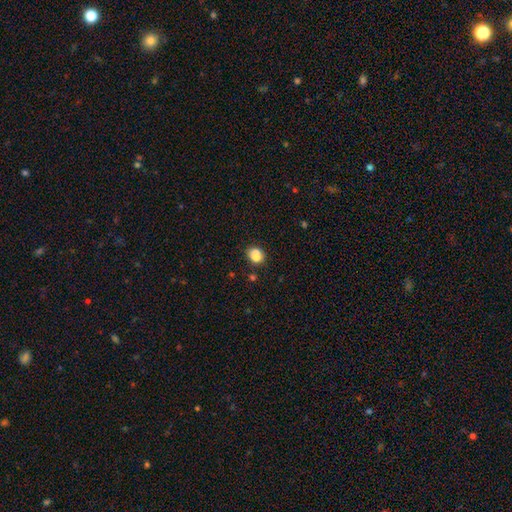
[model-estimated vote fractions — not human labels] Smooth or featured: smooth — 73% (featured or disk — 17%)
How rounded: round — 62% (in between — 37%)
Merging: none — 43% (merger — 40%)